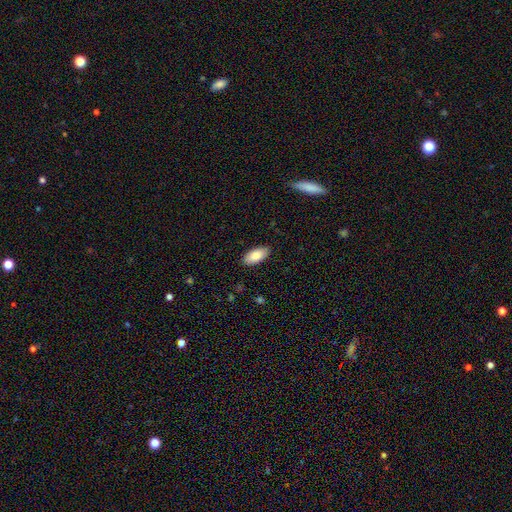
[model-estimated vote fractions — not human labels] Q: Smooth or featured?
A: smooth (85%); runner-up: featured or disk (9%)
Q: How rounded?
A: in between (92%); runner-up: cigar-shaped (6%)
Q: Merging?
A: none (89%); runner-up: minor disturbance (8%)